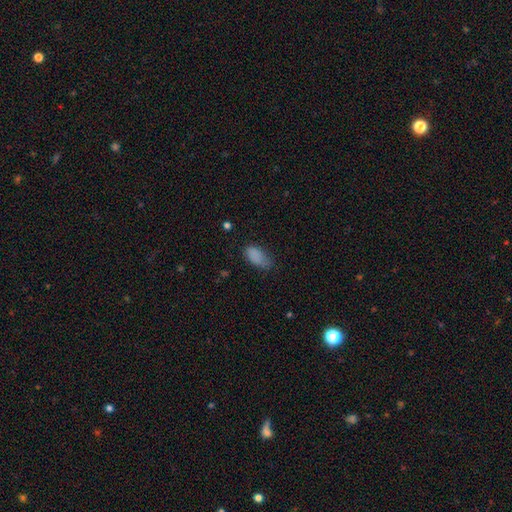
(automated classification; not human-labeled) Smooth or featured? smooth (85%)
How rounded? in between (93%)
Merging? none (53%)